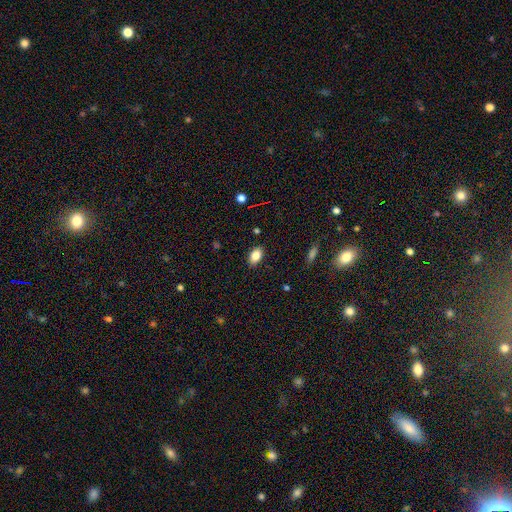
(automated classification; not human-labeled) Q: Smooth or featured?
A: smooth (84%); runner-up: star or artifact (9%)
Q: How rounded?
A: in between (88%); runner-up: round (10%)
Q: Merging?
A: none (87%); runner-up: minor disturbance (10%)